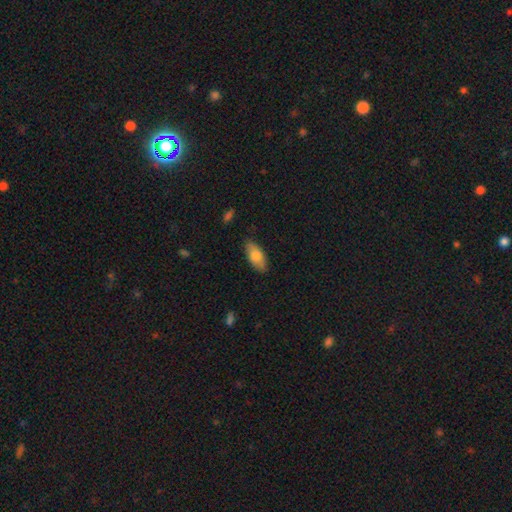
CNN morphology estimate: Smooth or featured?
  - smooth: 75% *
  - featured or disk: 19%
  - star or artifact: 6%
How rounded?
  - in between: 85% *
  - cigar-shaped: 12%
  - round: 3%
Merging?
  - none: 84% *
  - minor disturbance: 13%
  - major disturbance: 2%
  - merger: 1%